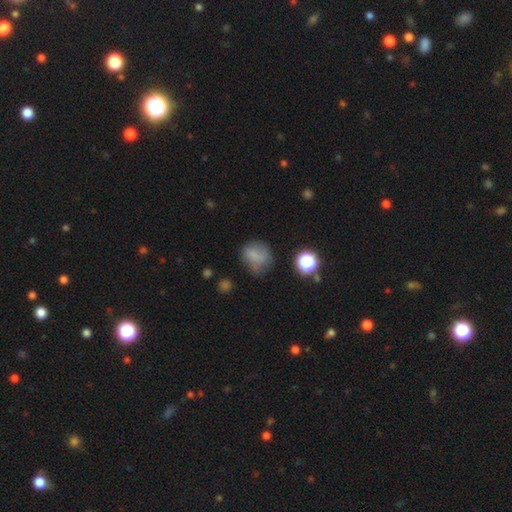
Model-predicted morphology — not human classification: A smooth galaxy with no disk features (71%) that is round (63%). Merging: none (51%).